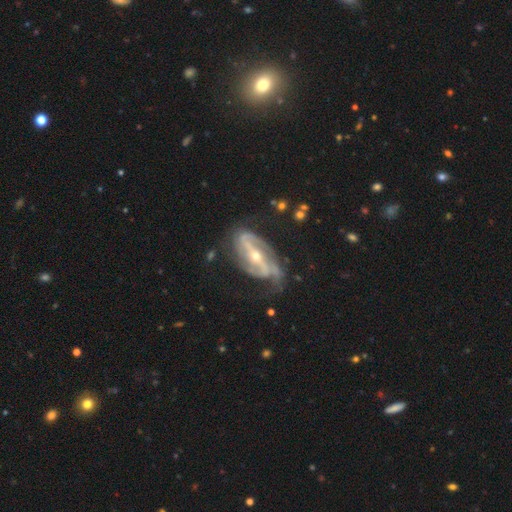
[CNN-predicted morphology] Overall: featured or disk (89%). Edge-on disk: no (93%). Bar: strong (59%; weak 25%). Spiral arms: yes (95%). Spiral arm count: 2 (66%). Spiral winding: medium (43%; tight 31%). Bulge size: small (59%; moderate 38%). Merging: none (57%; minor disturbance 25%).